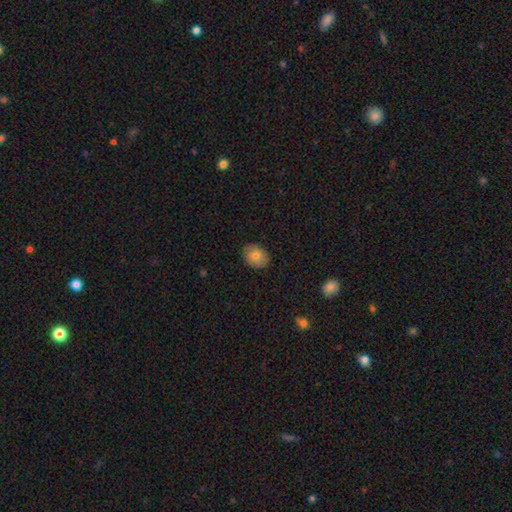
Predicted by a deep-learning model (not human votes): Smooth or featured?
  - smooth: 77% *
  - featured or disk: 14%
  - star or artifact: 8%
How rounded?
  - in between: 56% *
  - round: 43%
  - cigar-shaped: 1%
Merging?
  - none: 86% *
  - minor disturbance: 11%
  - major disturbance: 2%
  - merger: 1%